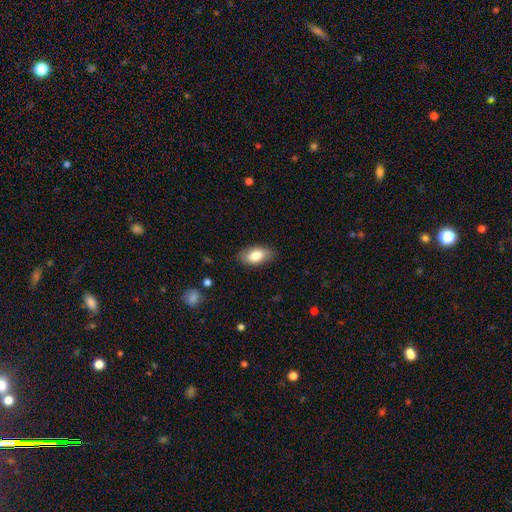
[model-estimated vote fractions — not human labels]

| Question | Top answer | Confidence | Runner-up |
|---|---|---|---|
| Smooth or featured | smooth | 81% | featured or disk (12%) |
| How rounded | in between | 92% | round (4%) |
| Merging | none | 84% | minor disturbance (12%) |